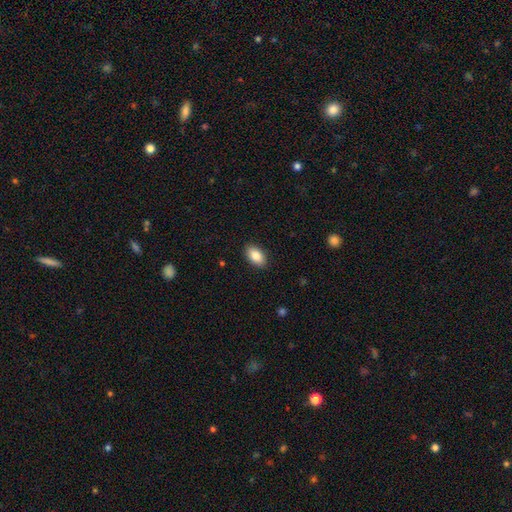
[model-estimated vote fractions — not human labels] smooth-or-featured: smooth: 86% | star or artifact: 7% | featured or disk: 7%
  how-rounded: in between: 93% | round: 6% | cigar-shaped: 2%
  merging: none: 89% | minor disturbance: 8% | major disturbance: 2% | merger: 1%